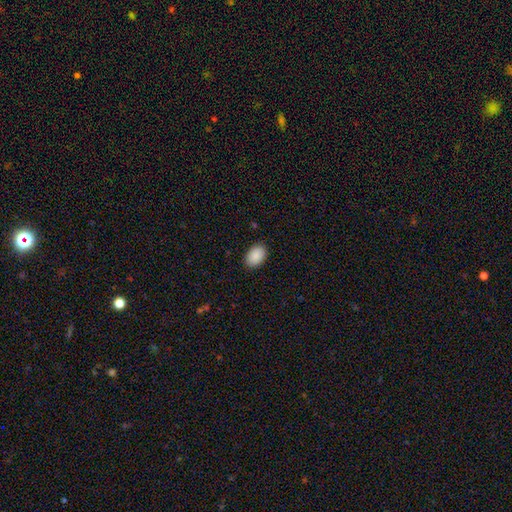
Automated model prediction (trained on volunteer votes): Morphology: type=smooth (90%); roundness=in between (89%); merging=none (90%).